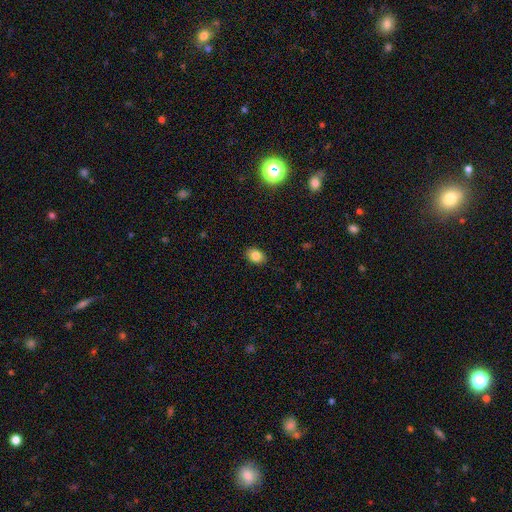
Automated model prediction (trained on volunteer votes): The model was most divided on "how rounded": in between: 65%, round: 34%, cigar-shaped: 1%. More confident: merging — none (89%); smooth or featured — smooth (84%).